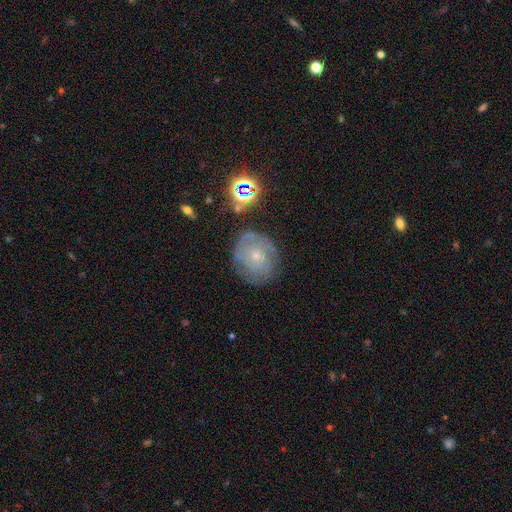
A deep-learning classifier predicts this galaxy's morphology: A featured or disk galaxy (67%) with no bar (79%), tight (71%) spiral arms (89%) and a small central bulge (70%). Merging: none (77%).